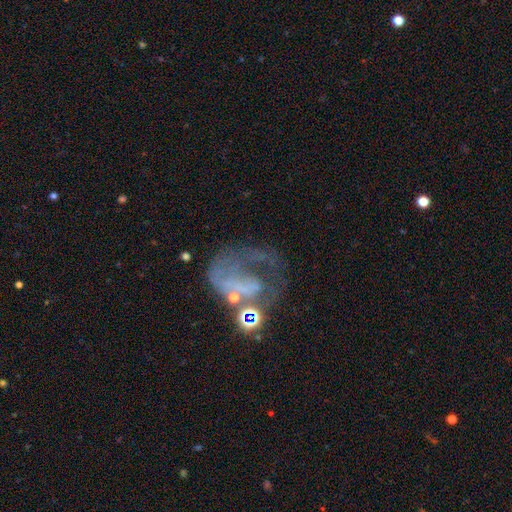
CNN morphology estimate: type=featured or disk (61%); edge-on=no (97%); bar=no (72%); spiral arms=no (52%); bulge=none (55%); merging=major disturbance (46%).